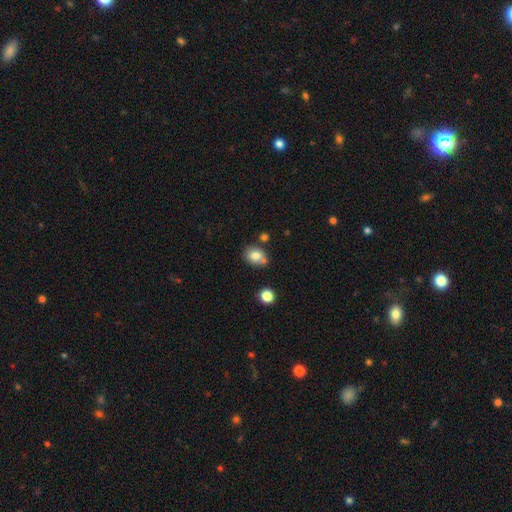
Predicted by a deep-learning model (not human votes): Overall: smooth (79%). How rounded: round (58%; in between 41%). Merging: none (66%).